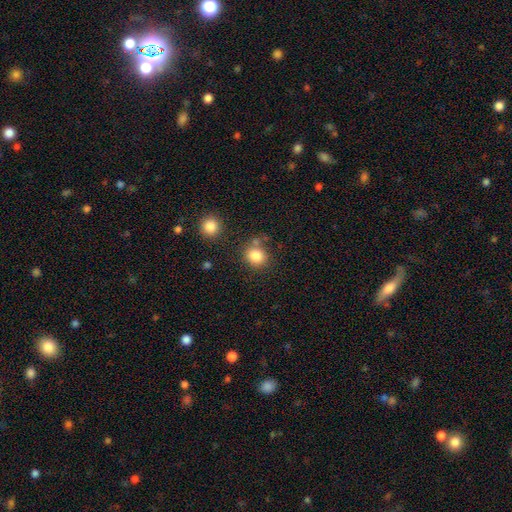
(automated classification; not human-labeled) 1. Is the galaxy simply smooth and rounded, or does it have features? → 83% smooth, 11% star or artifact, 6% featured or disk.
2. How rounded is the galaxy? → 81% round, 18% in between, 1% cigar-shaped.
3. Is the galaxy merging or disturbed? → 70% none, 13% merger, 12% minor disturbance, 5% major disturbance.